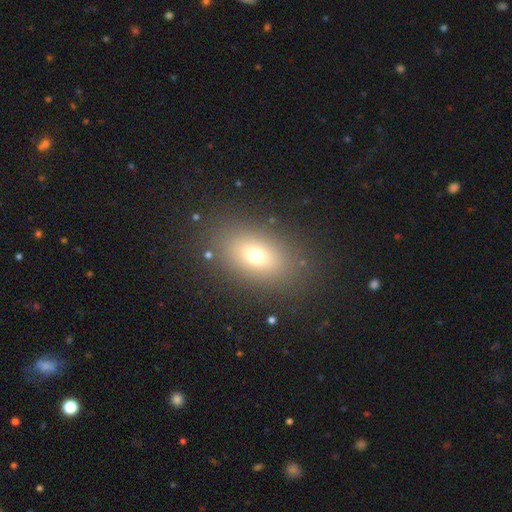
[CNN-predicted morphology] Smooth or featured? Predicted: smooth (p=0.68). How rounded? Predicted: in between (p=0.75). Merging? Predicted: none (p=0.84).